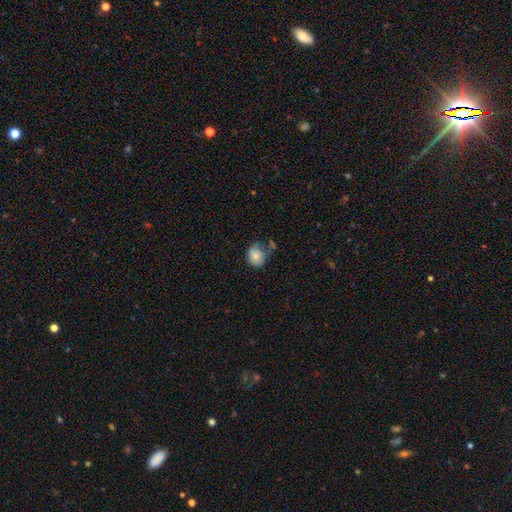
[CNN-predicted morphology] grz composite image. It shows a smooth galaxy with no disk features (79%) that is round (53%). Merging: none (49%).